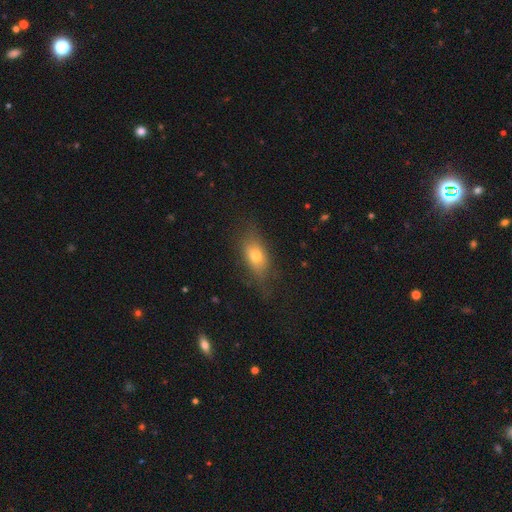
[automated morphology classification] smooth-or-featured: smooth: 70% | featured or disk: 20% | star or artifact: 10%
  how-rounded: in between: 77% | round: 14% | cigar-shaped: 9%
  merging: none: 68% | minor disturbance: 21% | major disturbance: 10% | merger: 1%